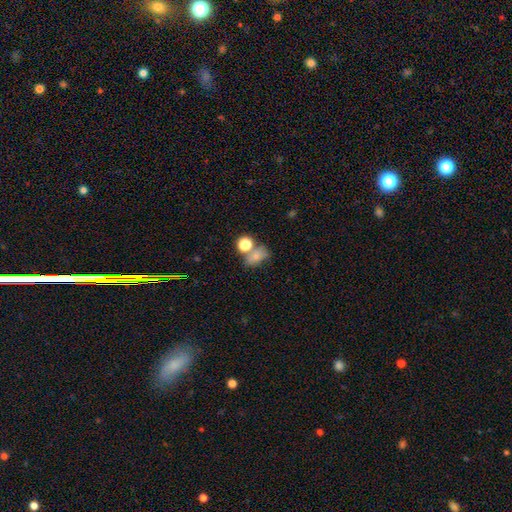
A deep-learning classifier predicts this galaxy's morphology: This is likely a smooth galaxy (70%). How rounded: possibly in between (59%). Merging: marginally none (41%).